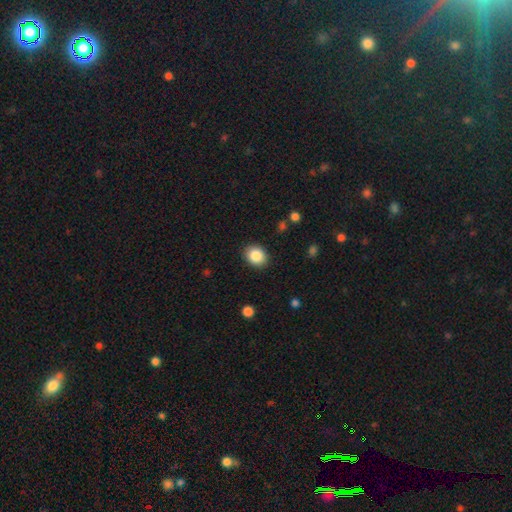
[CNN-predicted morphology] This is clearly a smooth galaxy (87%). How rounded: likely round (60%). Merging: clearly none (89%).